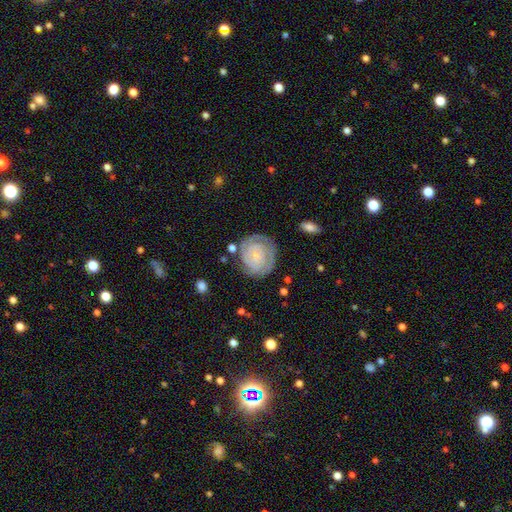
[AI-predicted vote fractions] Overall: featured or disk (72%). Edge-on disk: no (98%). Bar: no (72%). Spiral arms: yes (92%). Spiral arm count: 2 (35%; can't tell 34%). Spiral winding: tight (77%). Bulge size: small (75%). Merging: none (74%).